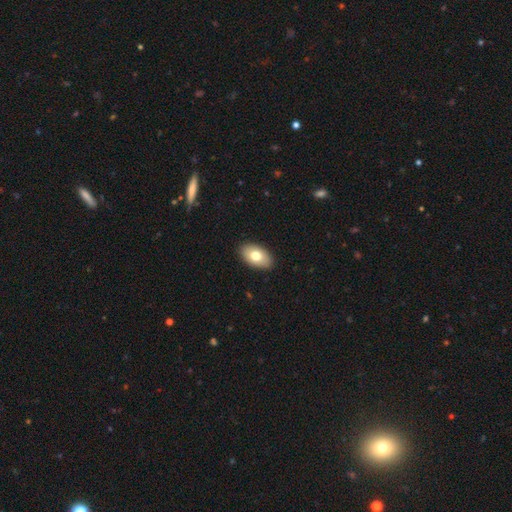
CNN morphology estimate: Q: Smooth or featured?
A: smooth (75%); runner-up: featured or disk (19%)
Q: How rounded?
A: in between (93%); runner-up: round (5%)
Q: Merging?
A: none (90%); runner-up: minor disturbance (8%)